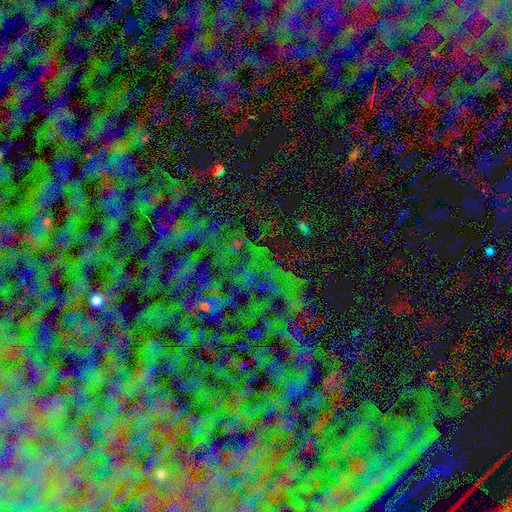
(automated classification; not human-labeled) A star or artifact, not a galaxy (70%).

Vote fractions:
- Smooth or featured? star or artifact: 70% / featured or disk: 18% / smooth: 12%